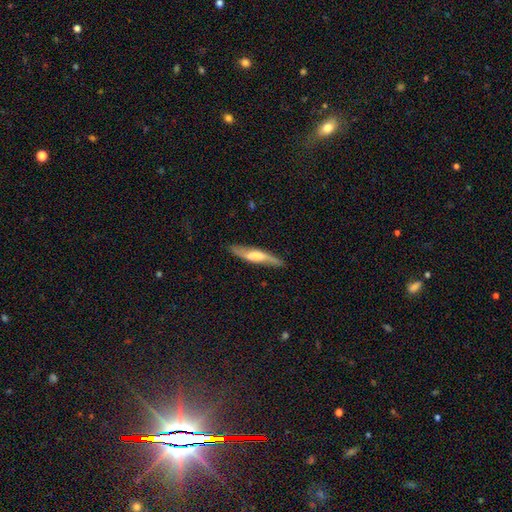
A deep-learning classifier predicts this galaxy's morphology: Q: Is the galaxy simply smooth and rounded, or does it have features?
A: featured or disk — 52%.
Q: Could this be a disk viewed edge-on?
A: yes — 59%.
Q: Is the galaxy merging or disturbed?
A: none — 80%.